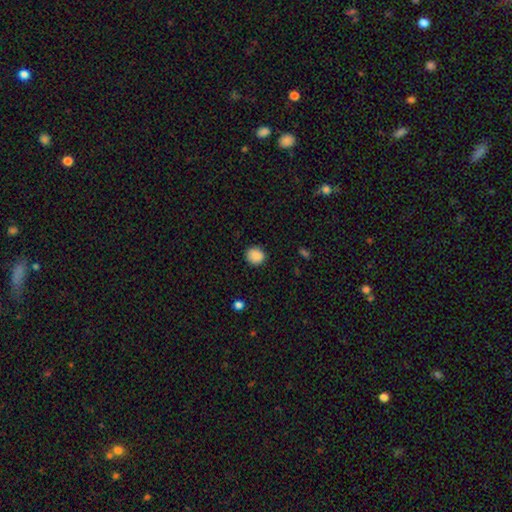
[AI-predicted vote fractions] Smooth or featured? Predicted: smooth (p=0.88). How rounded? Predicted: round (p=0.84). Merging? Predicted: none (p=0.89).